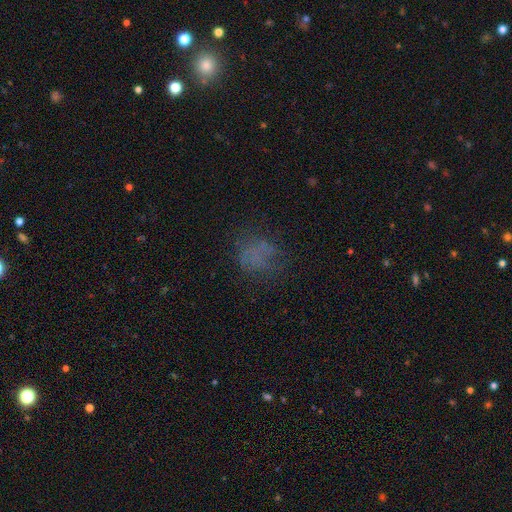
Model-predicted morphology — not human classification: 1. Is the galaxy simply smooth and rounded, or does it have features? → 53% smooth, 24% star or artifact, 23% featured or disk.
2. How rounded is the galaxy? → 61% round, 37% in between, 2% cigar-shaped.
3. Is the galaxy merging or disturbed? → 59% none, 19% minor disturbance, 19% major disturbance, 3% merger.